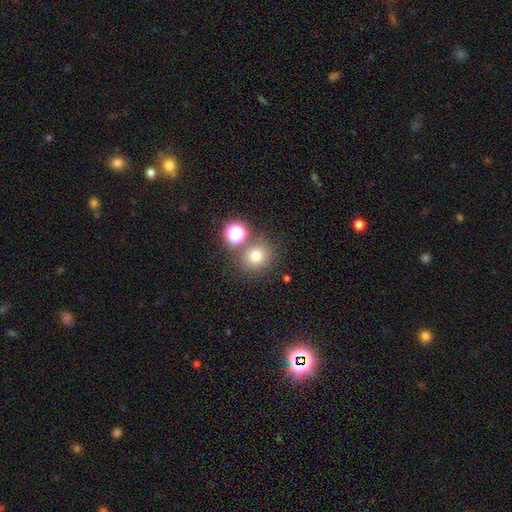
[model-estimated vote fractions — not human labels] This is likely a smooth galaxy (73%). How rounded: clearly round (89%). Merging: likely none (73%).